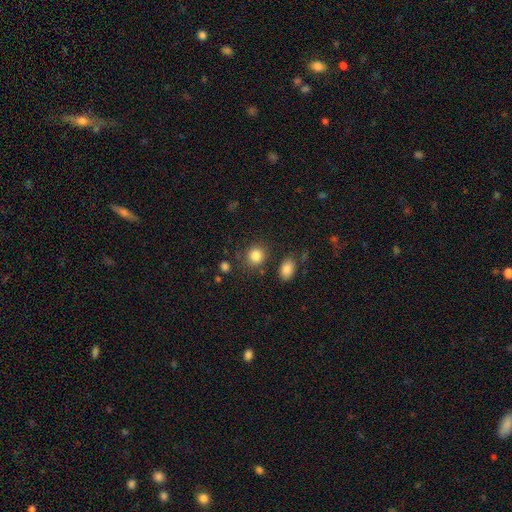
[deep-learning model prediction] smooth_or_featured: smooth (p=0.85) [alt: star or artifact p=0.10]
how_rounded: round (p=0.78) [alt: in between p=0.21]
merging: none (p=0.79) [alt: minor disturbance p=0.11]